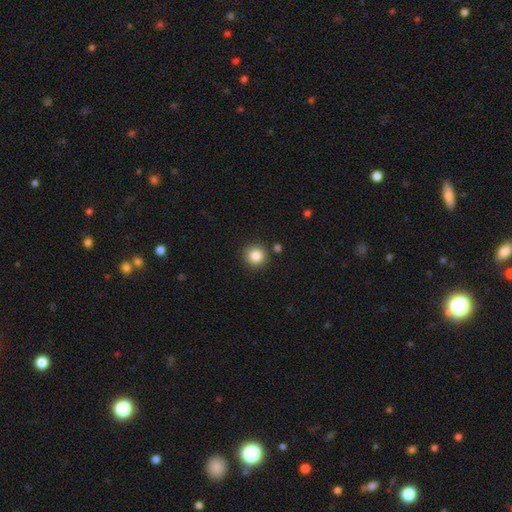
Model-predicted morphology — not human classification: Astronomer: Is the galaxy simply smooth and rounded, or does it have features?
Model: smooth — 85%.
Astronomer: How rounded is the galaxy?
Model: round — 94%.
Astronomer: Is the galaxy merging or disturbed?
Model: none — 88%.